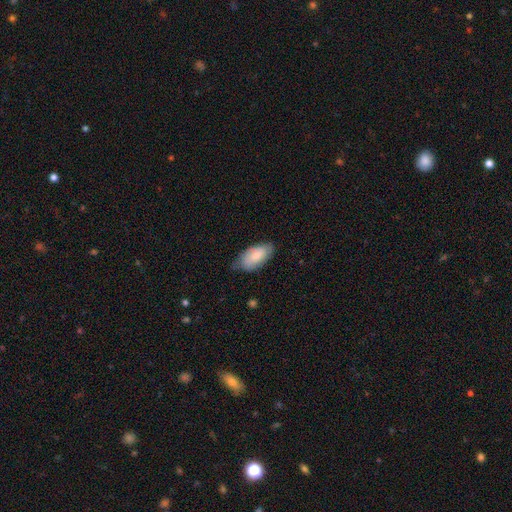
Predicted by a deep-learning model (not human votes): smooth-or-featured: smooth: 77% | featured or disk: 17% | star or artifact: 6%
  how-rounded: in between: 93% | cigar-shaped: 4% | round: 2%
  merging: none: 61% | minor disturbance: 32% | major disturbance: 6% | merger: 1%